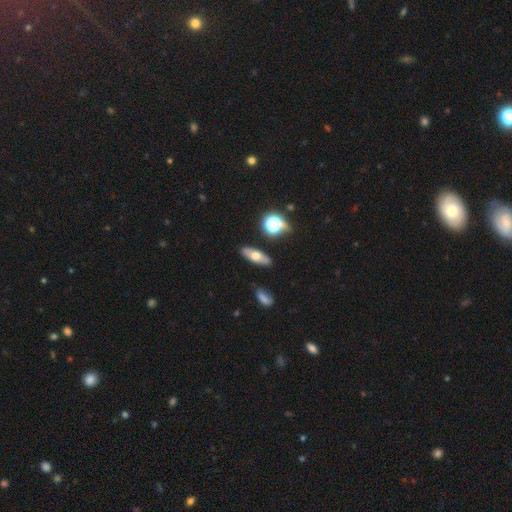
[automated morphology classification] Smooth or featured? smooth (54%)
How rounded? in between (59%)
Merging? none (85%)